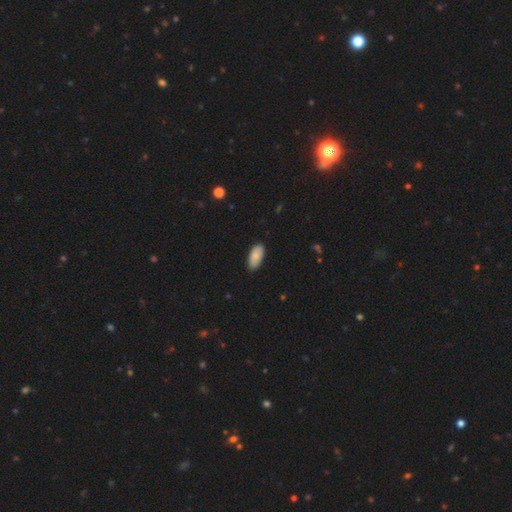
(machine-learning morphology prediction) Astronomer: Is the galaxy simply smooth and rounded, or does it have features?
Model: smooth — 84%.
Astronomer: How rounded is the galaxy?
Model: in between — 93%.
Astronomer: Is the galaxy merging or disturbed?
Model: none — 84%.